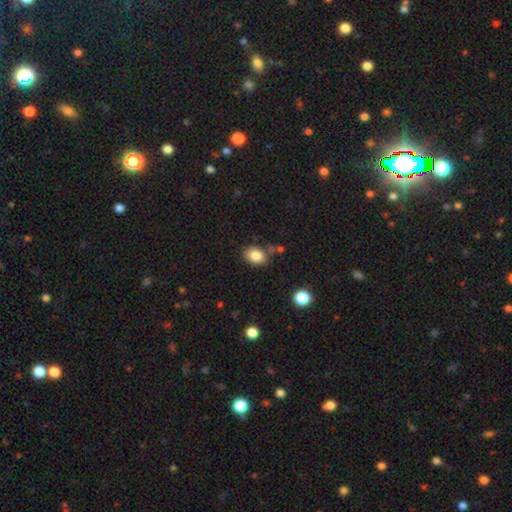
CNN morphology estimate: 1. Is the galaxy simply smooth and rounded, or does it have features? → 84% smooth, 9% star or artifact, 7% featured or disk.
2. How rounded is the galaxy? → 70% in between, 29% round, 1% cigar-shaped.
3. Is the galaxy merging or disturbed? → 75% none, 15% minor disturbance, 6% merger, 4% major disturbance.